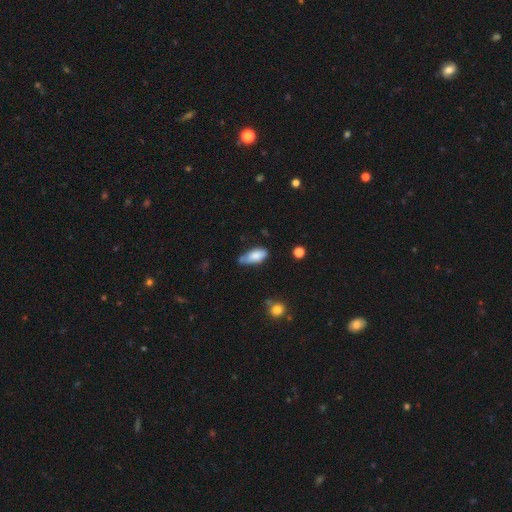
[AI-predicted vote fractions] This is likely a smooth galaxy (80%). How rounded: clearly in between (85%). Merging: marginally none (44%).